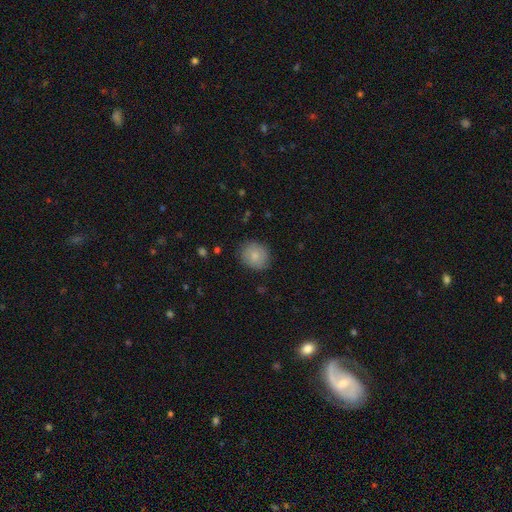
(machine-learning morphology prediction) type=smooth (82%); roundness=round (76%); merging=none (83%).